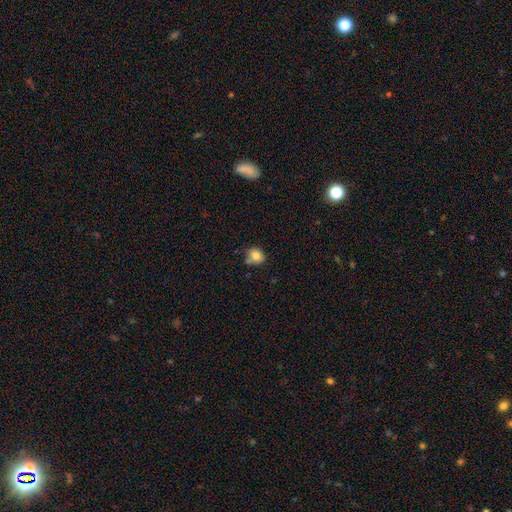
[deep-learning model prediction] This appears to be a smooth galaxy with no disk features (81%) that is round (66%). Merging: none (66%).